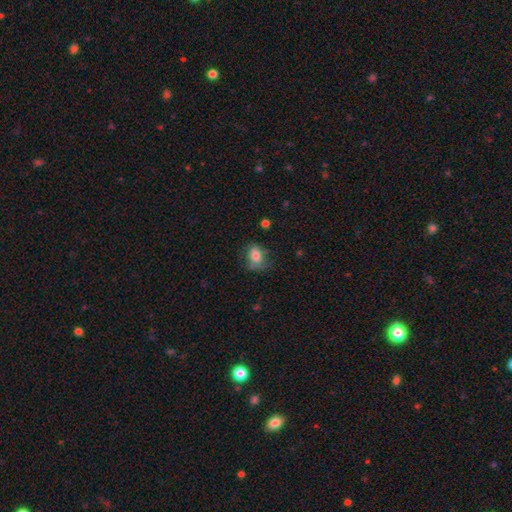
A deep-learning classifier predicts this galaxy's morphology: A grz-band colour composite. It shows a smooth galaxy with no disk features (72%) that is in between round and cigar-shaped (70%). Merging: none (54%).